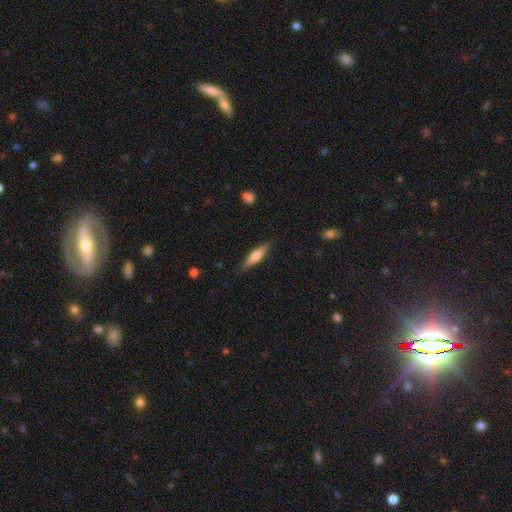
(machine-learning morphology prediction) This appears to be a smooth galaxy with no disk features (66%) that is cigar-shaped (68%). Merging: none (84%).